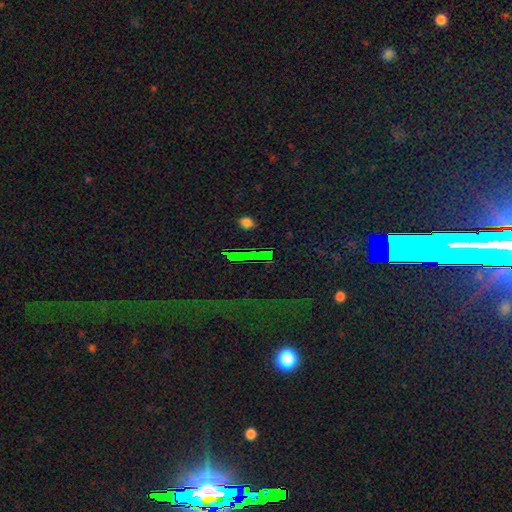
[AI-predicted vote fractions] This appears to be a star or artifact, not a galaxy (58%).